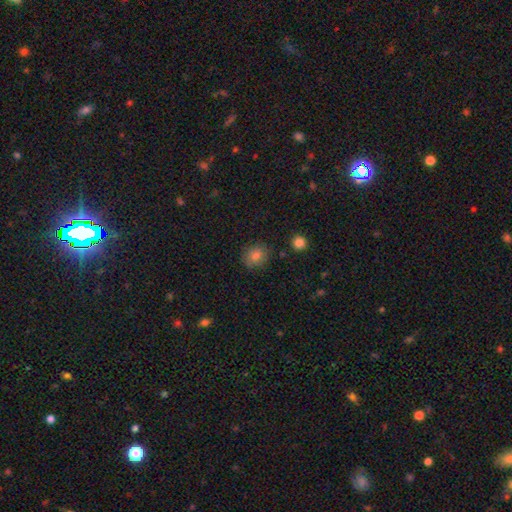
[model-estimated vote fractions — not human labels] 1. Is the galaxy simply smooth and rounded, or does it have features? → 81% smooth, 12% star or artifact, 7% featured or disk.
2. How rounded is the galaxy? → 68% round, 31% in between, 1% cigar-shaped.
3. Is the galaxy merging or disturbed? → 84% none, 11% minor disturbance, 3% major disturbance, 2% merger.